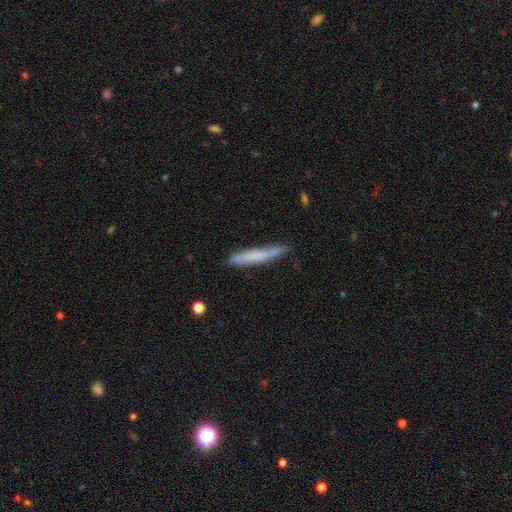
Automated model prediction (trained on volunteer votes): smooth_or_featured: smooth (p=0.66) [alt: featured or disk p=0.27]
how_rounded: cigar-shaped (p=0.95) [alt: in between p=0.03]
merging: none (p=0.80) [alt: minor disturbance p=0.15]